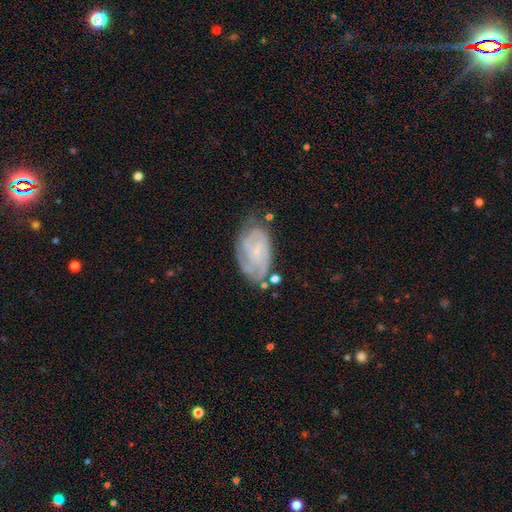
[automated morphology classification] Q: Smooth or featured?
A: featured or disk (70%); runner-up: smooth (18%)
Q: Edge-on disk?
A: no (95%); runner-up: yes (5%)
Q: Bar?
A: no (56%); runner-up: weak (35%)
Q: Spiral arms?
A: yes (90%); runner-up: no (10%)
Q: Spiral winding?
A: tight (66%); runner-up: medium (27%)
Q: Spiral arm count?
A: 2 (35%); runner-up: can't tell (32%)
Q: Bulge size?
A: small (65%); runner-up: none (17%)
Q: Merging?
A: none (69%); runner-up: minor disturbance (20%)